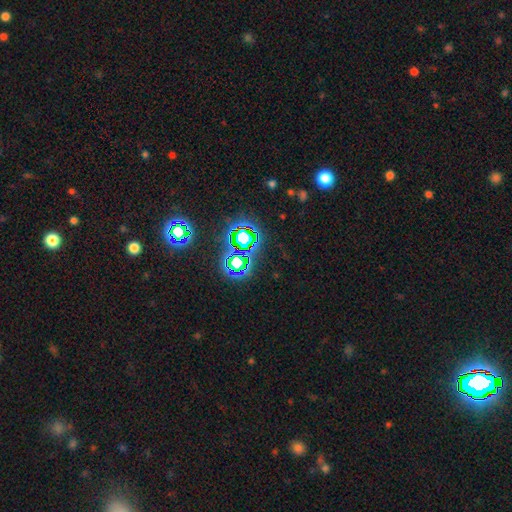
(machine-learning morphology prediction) Q: Smooth or featured?
A: star or artifact (75%); runner-up: smooth (17%)